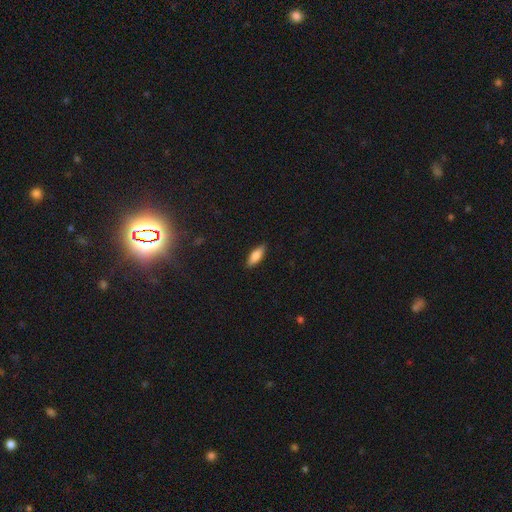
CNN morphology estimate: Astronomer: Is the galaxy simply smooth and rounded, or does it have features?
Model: smooth — 81%.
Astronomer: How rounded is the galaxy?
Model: in between — 69%.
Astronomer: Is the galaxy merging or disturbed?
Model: none — 88%.